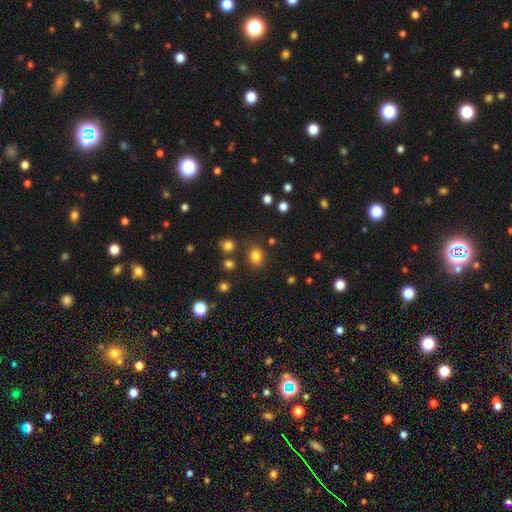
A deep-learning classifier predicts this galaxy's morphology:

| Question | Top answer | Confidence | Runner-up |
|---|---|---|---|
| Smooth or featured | smooth | 80% | star or artifact (14%) |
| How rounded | round | 65% | in between (35%) |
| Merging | none | 76% | minor disturbance (13%) |